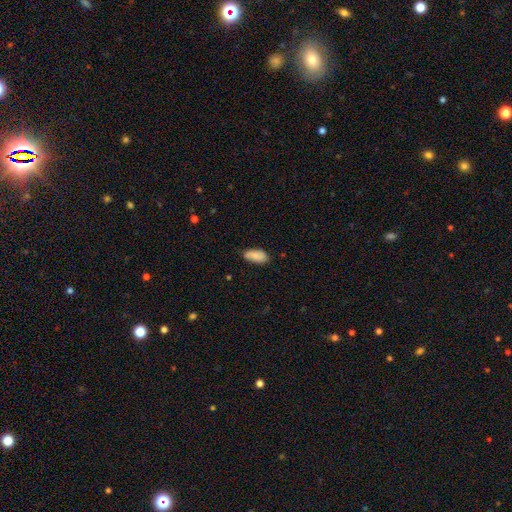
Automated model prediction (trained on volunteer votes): Smooth or featured: smooth — 84% (featured or disk — 10%)
How rounded: in between — 91% (cigar-shaped — 7%)
Merging: none — 73% (minor disturbance — 22%)